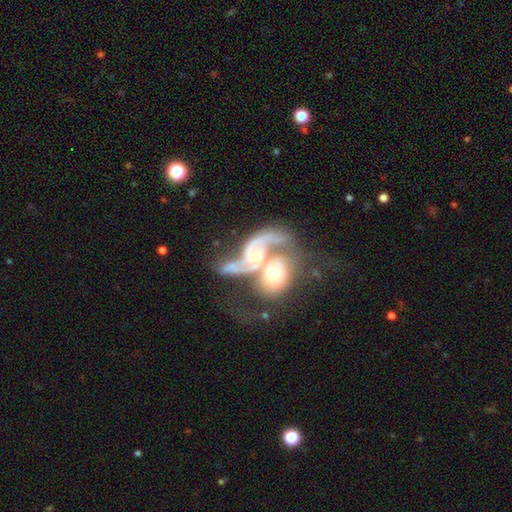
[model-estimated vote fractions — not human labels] Smooth or featured: featured or disk — 82% (smooth — 12%)
Edge-on disk: no — 96% (yes — 4%)
Bar: no — 55% (weak — 30%)
Spiral arms: yes — 92% (no — 8%)
Spiral winding: loose — 57% (medium — 33%)
Spiral arm count: 2 — 81% (can't tell — 7%)
Bulge size: moderate — 56% (small — 34%)
Merging: merger — 71% (major disturbance — 12%)